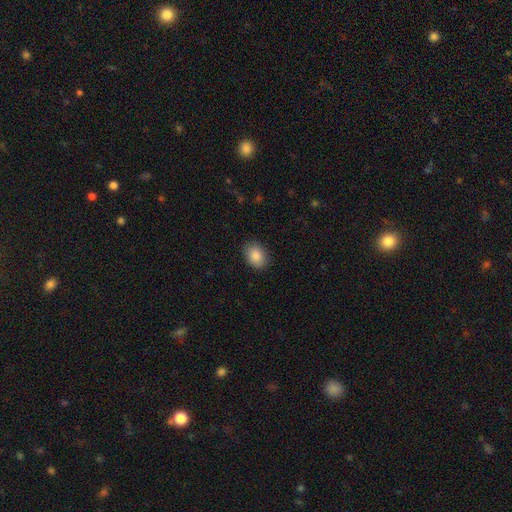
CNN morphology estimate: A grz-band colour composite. It shows a smooth galaxy with no disk features (88%) that is in between round and cigar-shaped (70%). Merging: none (88%).